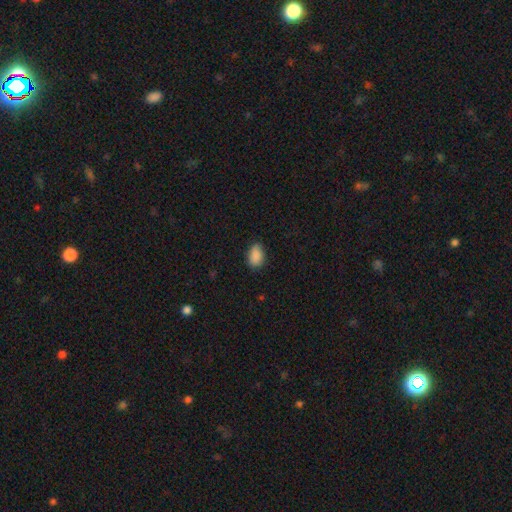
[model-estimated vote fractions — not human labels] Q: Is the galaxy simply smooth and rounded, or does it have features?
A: smooth — 89%.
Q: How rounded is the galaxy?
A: in between — 86%.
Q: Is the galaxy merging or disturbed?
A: none — 76%.